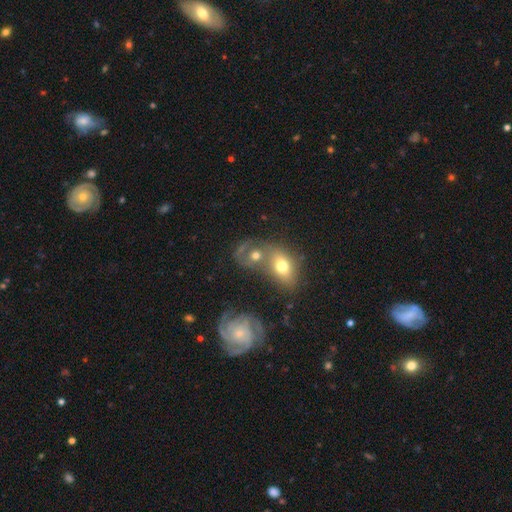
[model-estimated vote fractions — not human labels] The model was most divided on "how rounded" (2-way tie): in between: 49%, round: 49%, cigar-shaped: 2%. More confident: merging — merger (56%); smooth or featured — smooth (53%).